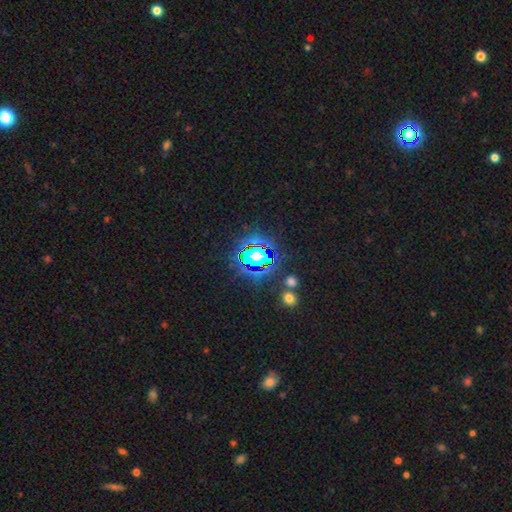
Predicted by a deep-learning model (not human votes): star or artifact 79%, smooth 13%, featured or disk 7%.